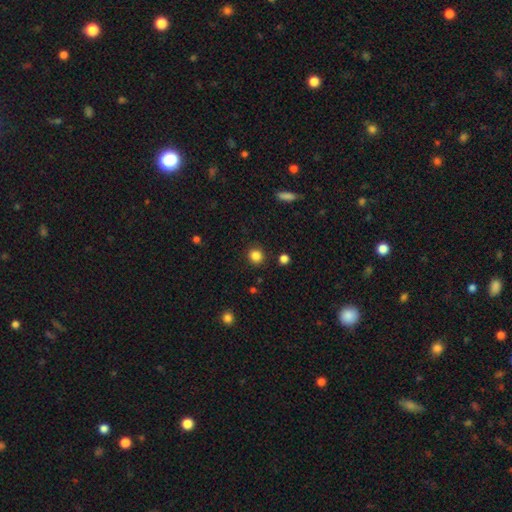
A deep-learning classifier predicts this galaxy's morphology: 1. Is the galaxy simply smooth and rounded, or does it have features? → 85% smooth, 11% star or artifact, 4% featured or disk.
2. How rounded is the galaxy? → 89% round, 10% in between, 1% cigar-shaped.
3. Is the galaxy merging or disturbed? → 90% none, 6% minor disturbance, 2% major disturbance, 2% merger.